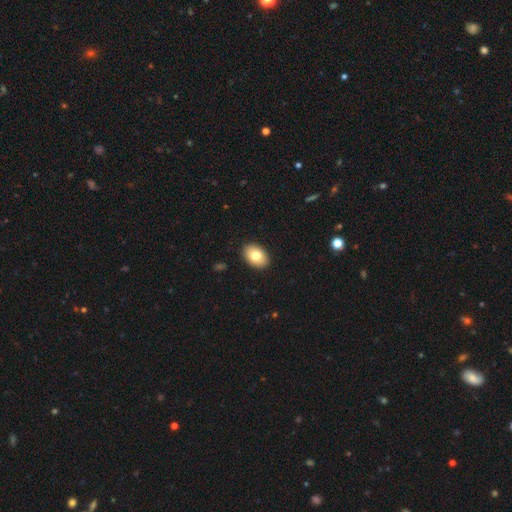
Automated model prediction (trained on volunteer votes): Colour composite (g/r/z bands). It shows a smooth galaxy with no disk features (78%) that is in between round and cigar-shaped (84%). Merging: none (91%).